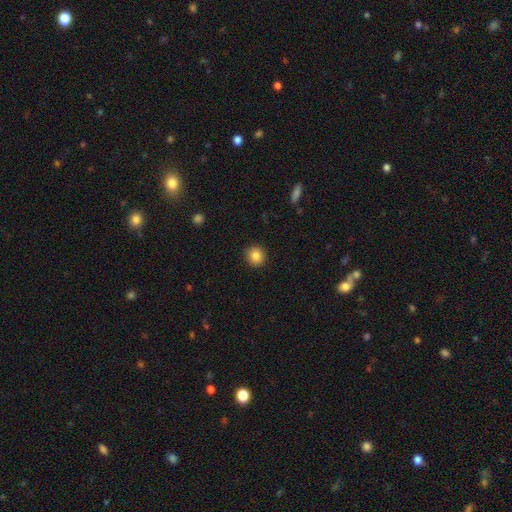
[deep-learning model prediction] smooth-or-featured: smooth: 84% | star or artifact: 10% | featured or disk: 6%
  how-rounded: round: 92% | in between: 7% | cigar-shaped: 1%
  merging: none: 91% | minor disturbance: 6% | major disturbance: 2% | merger: 1%